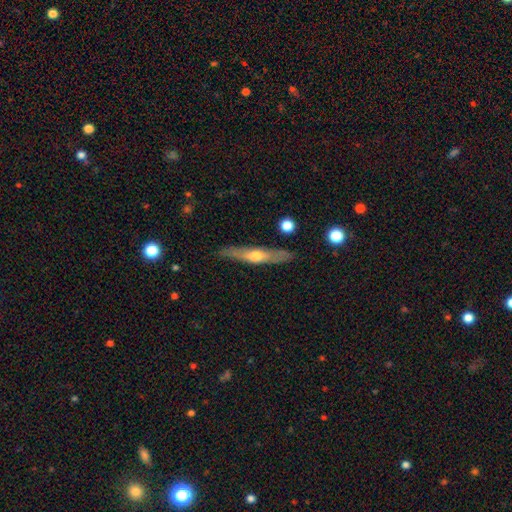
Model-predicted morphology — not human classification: The model was most divided on "smooth or featured": featured or disk: 57%, smooth: 37%, star or artifact: 6%. More confident: edge-on disk — yes (87%); merging — none (85%).